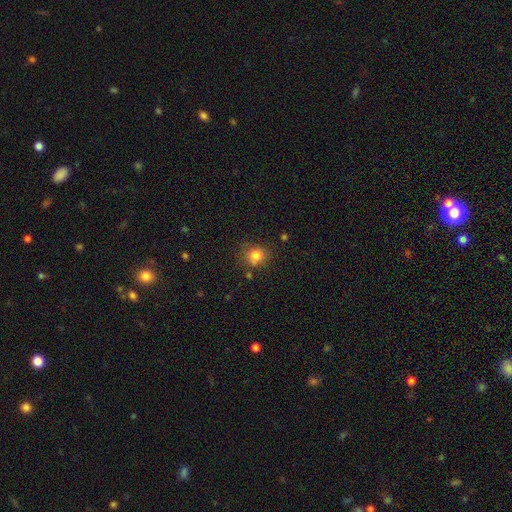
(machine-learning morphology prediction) Smooth or featured? Predicted: smooth (p=0.81). How rounded? Predicted: round (p=0.75). Merging? Predicted: none (p=0.73).